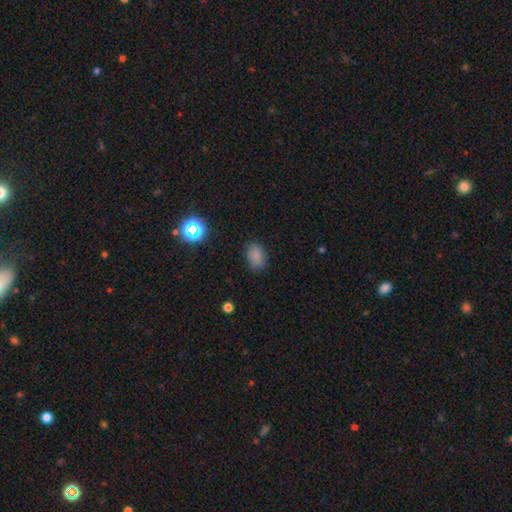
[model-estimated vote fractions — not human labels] Morphology: type=smooth (81%); roundness=in between (82%); merging=none (82%).